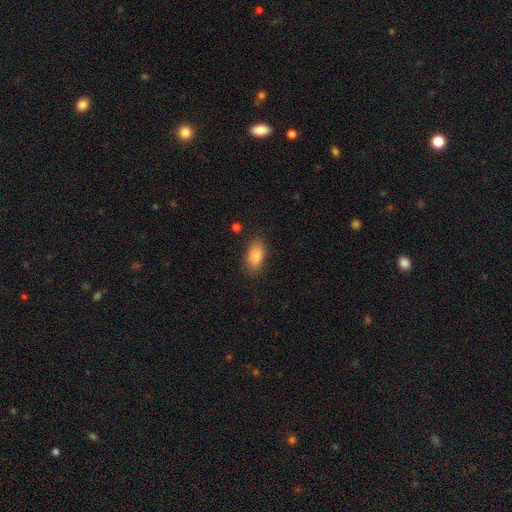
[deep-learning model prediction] smooth_or_featured: smooth (p=0.84) [alt: featured or disk p=0.08]
how_rounded: in between (p=0.90) [alt: round p=0.05]
merging: none (p=0.84) [alt: minor disturbance p=0.11]